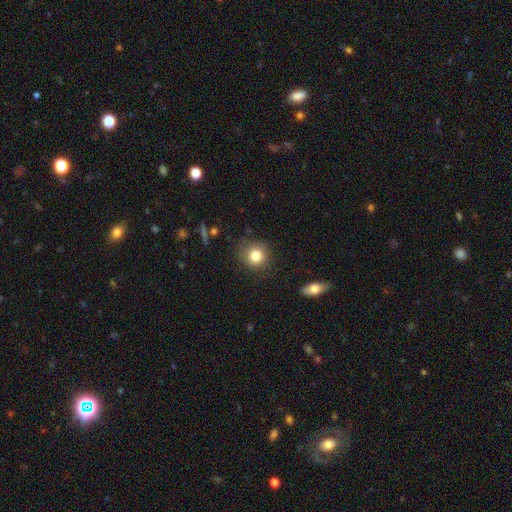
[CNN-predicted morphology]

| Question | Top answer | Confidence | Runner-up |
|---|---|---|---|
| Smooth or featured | smooth | 82% | star or artifact (10%) |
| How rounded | round | 89% | in between (10%) |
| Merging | none | 82% | minor disturbance (13%) |